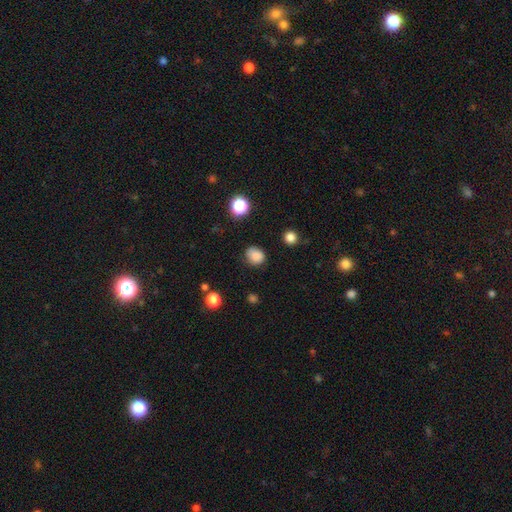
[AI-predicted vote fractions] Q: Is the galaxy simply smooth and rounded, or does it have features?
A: smooth — 84%.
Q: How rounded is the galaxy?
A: round — 63%.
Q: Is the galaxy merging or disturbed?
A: none — 75%.